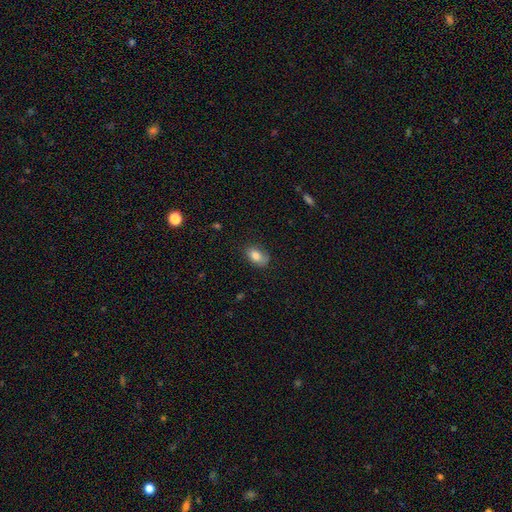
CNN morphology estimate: smooth_or_featured: smooth (p=0.82) [alt: featured or disk p=0.09]
how_rounded: in between (p=0.86) [alt: round p=0.12]
merging: none (p=0.70) [alt: minor disturbance p=0.23]